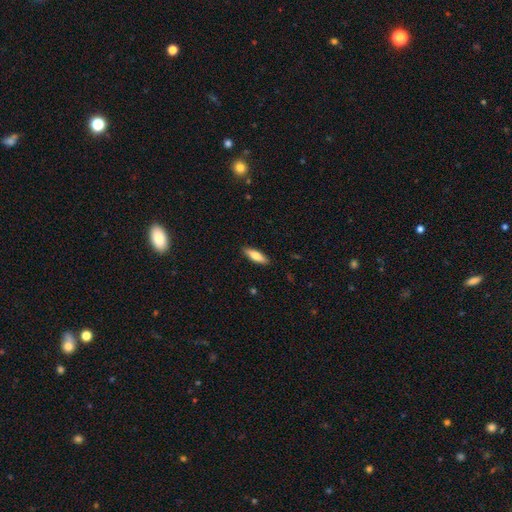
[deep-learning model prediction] This is likely a smooth galaxy (72%). How rounded: possibly cigar-shaped (50%). Merging: clearly none (90%).